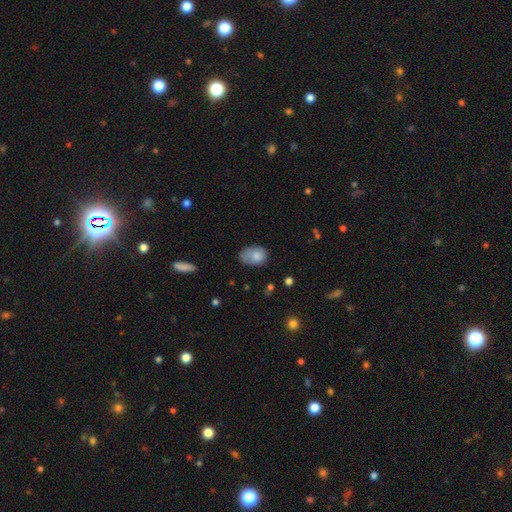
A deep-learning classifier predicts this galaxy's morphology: A smooth galaxy with no disk features (79%) that is in between round and cigar-shaped (76%).

Vote fractions:
- Smooth or featured? smooth: 79% / featured or disk: 13% / star or artifact: 9%
- How rounded? in between: 76% / round: 23% / cigar-shaped: 1%
- Merging? none: 44% / minor disturbance: 36% / major disturbance: 16% / merger: 4%